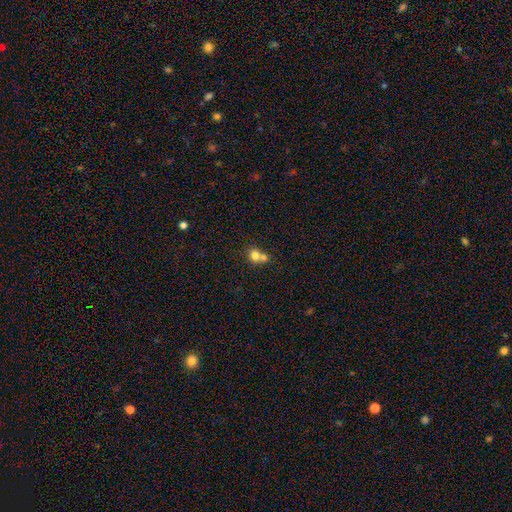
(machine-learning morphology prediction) The model was most divided on "merging": merger: 58%, none: 33%, minor disturbance: 6%, major disturbance: 3%. More confident: smooth or featured — smooth (77%); how rounded — round (77%).